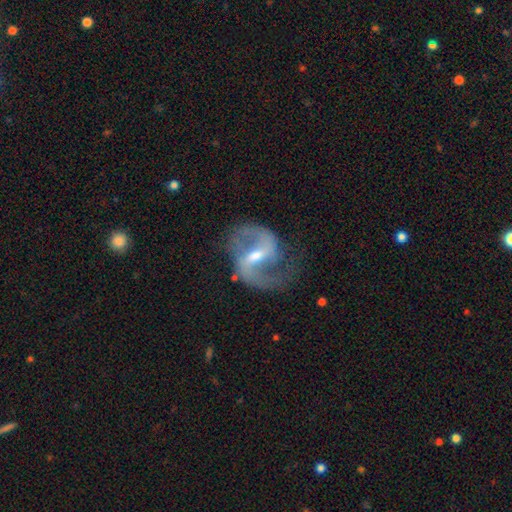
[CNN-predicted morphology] Smooth or featured: featured or disk — 90% (smooth — 5%)
Edge-on disk: no — 97% (yes — 3%)
Bar: weak — 45% (tied with strong — 45%)
Spiral arms: yes — 97% (no — 3%)
Spiral winding: medium — 53% (loose — 35%)
Spiral arm count: 2 — 90% (1 — 4%)
Bulge size: moderate — 54% (small — 39%)
Merging: none — 68% (minor disturbance — 18%)